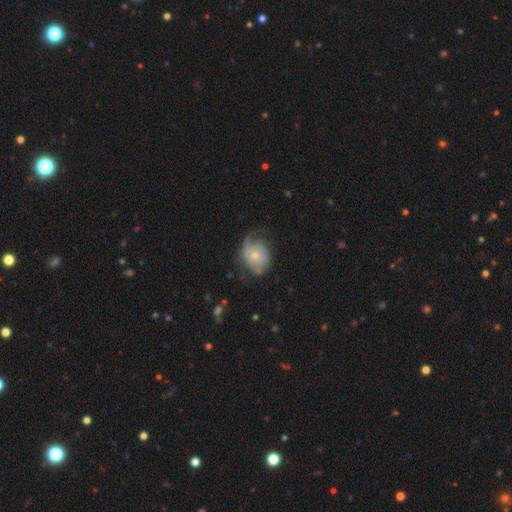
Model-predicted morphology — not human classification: Smooth or featured: featured or disk — 58% (smooth — 35%)
Edge-on disk: no — 97% (yes — 3%)
Bar: no — 79% (weak — 18%)
Spiral arms: yes — 81% (no — 19%)
Bulge size: small — 52% (moderate — 42%)
Merging: none — 46% (minor disturbance — 30%)